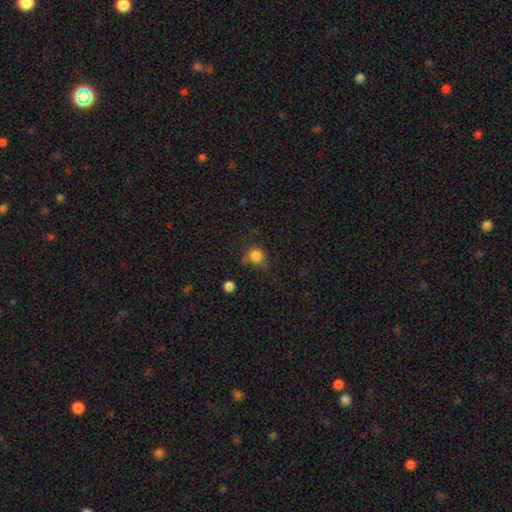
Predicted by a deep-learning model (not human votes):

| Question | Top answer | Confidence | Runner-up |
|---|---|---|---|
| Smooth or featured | smooth | 82% | star or artifact (12%) |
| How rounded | round | 82% | in between (17%) |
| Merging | none | 59% | minor disturbance (26%) |